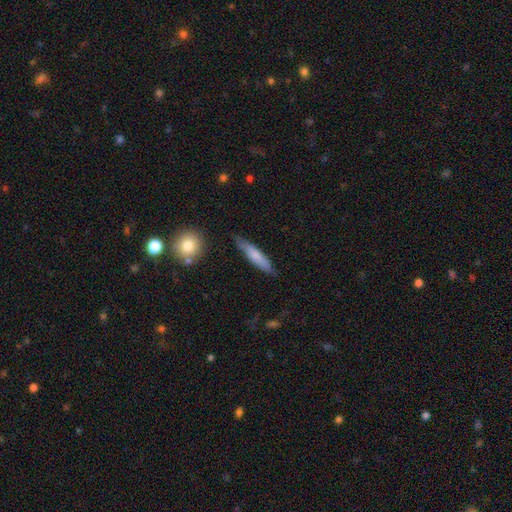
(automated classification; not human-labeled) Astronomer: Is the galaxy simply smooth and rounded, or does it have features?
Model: smooth — 68%.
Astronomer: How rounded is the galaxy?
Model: cigar-shaped — 84%.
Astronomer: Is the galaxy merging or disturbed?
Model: none — 77%.